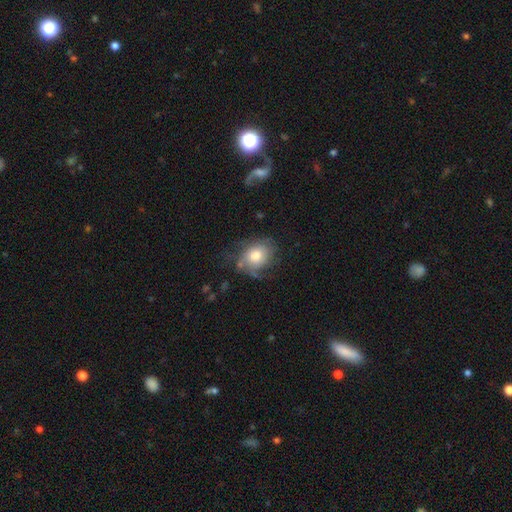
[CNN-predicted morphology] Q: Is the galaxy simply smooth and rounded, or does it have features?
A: smooth — 53%.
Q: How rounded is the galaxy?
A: in between — 55%.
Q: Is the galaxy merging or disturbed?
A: none — 53%.